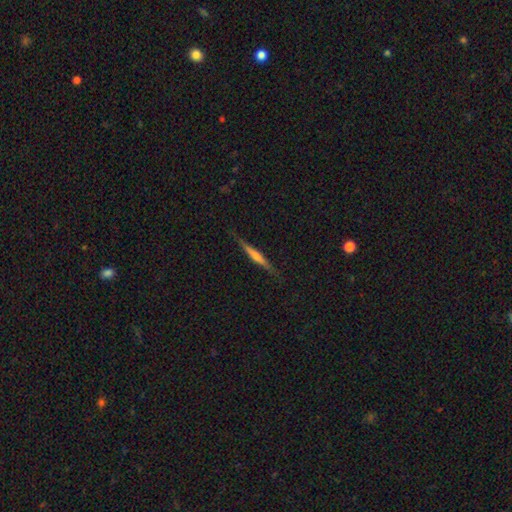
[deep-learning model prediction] The model was most divided on "edge-on bulge": rounded: 53%, none: 32%, boxy: 16%. More confident: edge-on disk — yes (97%); merging — none (87%); smooth or featured — featured or disk (64%).